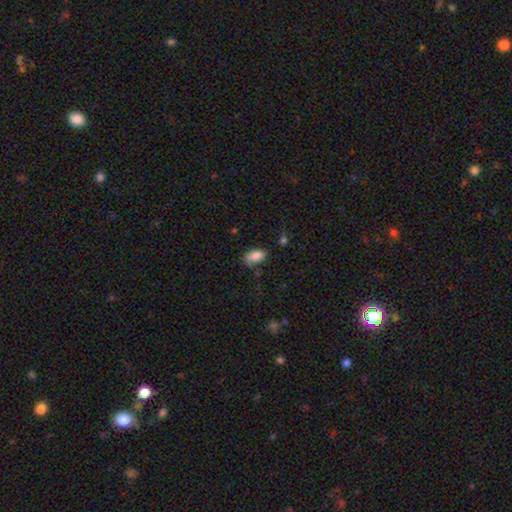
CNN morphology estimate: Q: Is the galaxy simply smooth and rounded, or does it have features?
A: smooth — 85%.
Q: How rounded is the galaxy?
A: in between — 92%.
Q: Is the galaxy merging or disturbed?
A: none — 66%.